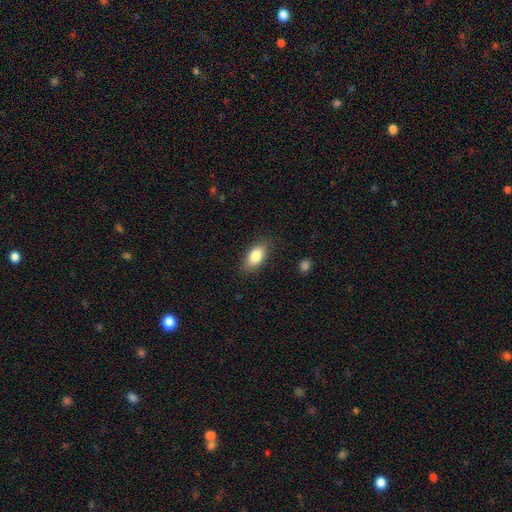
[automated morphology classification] This appears to be a smooth galaxy with no disk features (83%) that is in between round and cigar-shaped (89%). Merging: none (85%).